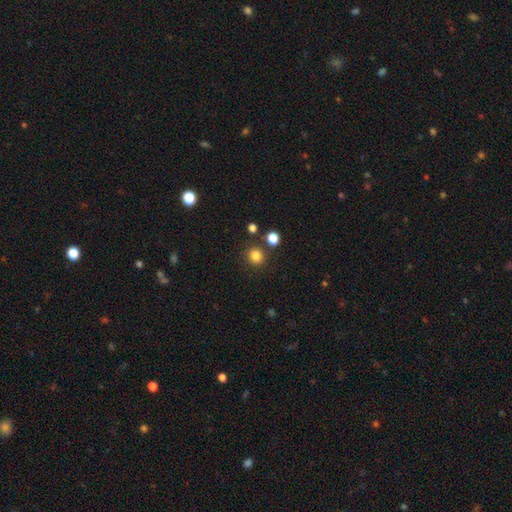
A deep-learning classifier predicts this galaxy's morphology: A smooth galaxy with no disk features (83%) that is round (89%).

Vote fractions:
- Smooth or featured? smooth: 83% / star or artifact: 13% / featured or disk: 4%
- How rounded? round: 89% / in between: 10% / cigar-shaped: 1%
- Merging? none: 85% / minor disturbance: 7% / merger: 6% / major disturbance: 3%